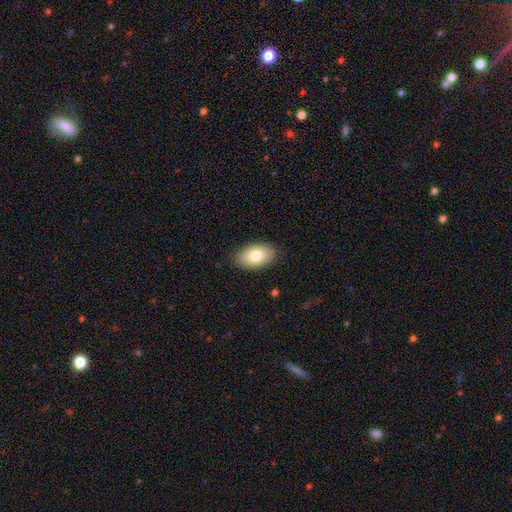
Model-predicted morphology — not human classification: smooth-or-featured: smooth: 79% | featured or disk: 14% | star or artifact: 7%
  how-rounded: in between: 93% | round: 5% | cigar-shaped: 1%
  merging: none: 87% | minor disturbance: 10% | major disturbance: 2% | merger: 1%